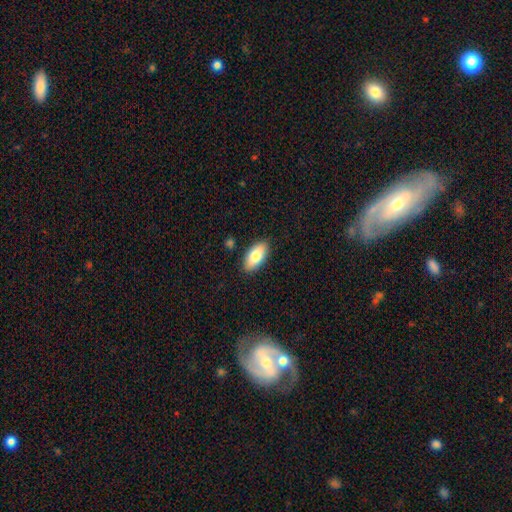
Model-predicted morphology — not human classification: This is likely a smooth galaxy (79%). How rounded: clearly in between (92%). Merging: clearly none (88%).